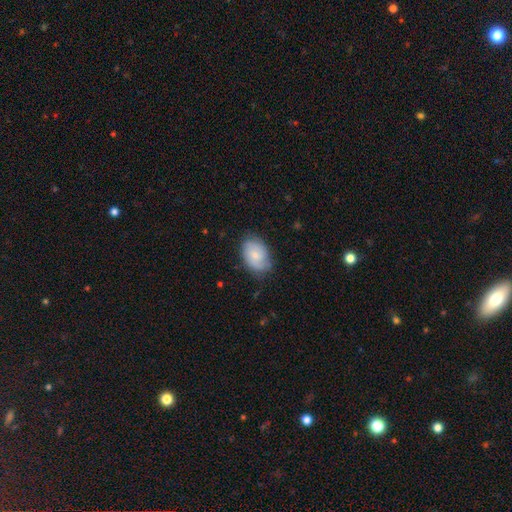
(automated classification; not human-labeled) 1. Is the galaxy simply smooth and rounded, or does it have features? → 58% smooth, 35% featured or disk, 7% star or artifact.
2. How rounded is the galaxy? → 85% in between, 14% round, 1% cigar-shaped.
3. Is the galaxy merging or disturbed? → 73% none, 21% minor disturbance, 5% major disturbance, 1% merger.